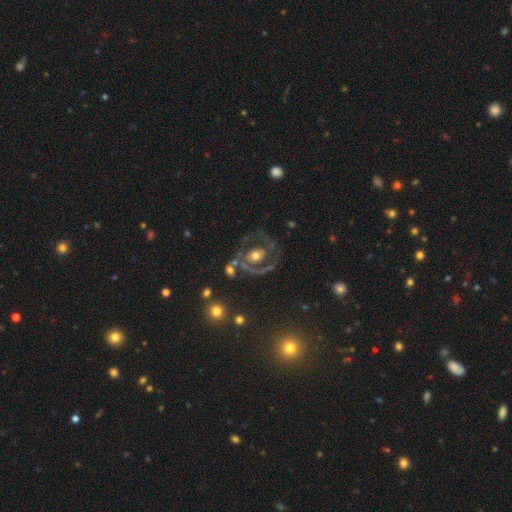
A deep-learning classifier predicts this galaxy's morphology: Q: Smooth or featured?
A: featured or disk (75%); runner-up: smooth (17%)
Q: Edge-on disk?
A: no (97%); runner-up: yes (3%)
Q: Bar?
A: no (70%); runner-up: weak (21%)
Q: Spiral arms?
A: yes (69%); runner-up: no (31%)
Q: Spiral winding?
A: medium (43%); runner-up: tight (39%)
Q: Spiral arm count?
A: 2 (55%); runner-up: 1 (22%)
Q: Bulge size?
A: moderate (66%); runner-up: large (17%)
Q: Merging?
A: none (56%); runner-up: major disturbance (20%)